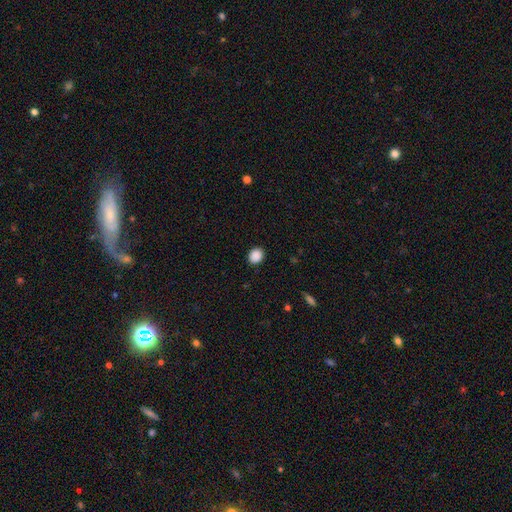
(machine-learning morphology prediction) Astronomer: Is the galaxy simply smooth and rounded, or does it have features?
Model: smooth — 89%.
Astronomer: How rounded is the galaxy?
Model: round — 67%.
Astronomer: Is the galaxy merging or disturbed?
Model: none — 90%.